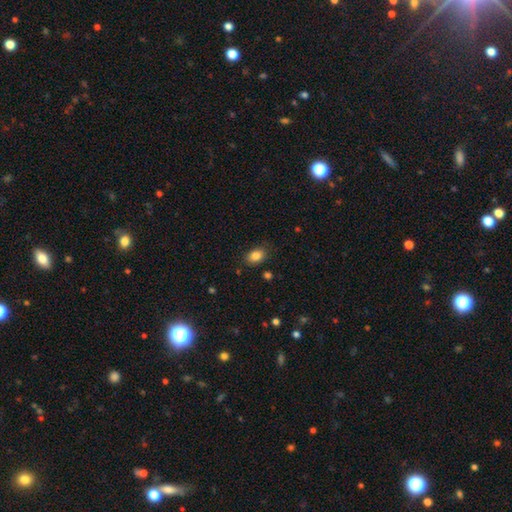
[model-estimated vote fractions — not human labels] smooth_or_featured: smooth (p=0.85) [alt: star or artifact p=0.09]
how_rounded: in between (p=0.81) [alt: round p=0.18]
merging: none (p=0.83) [alt: minor disturbance p=0.12]